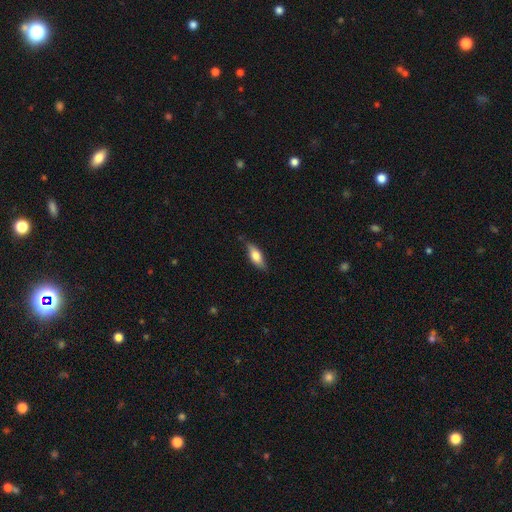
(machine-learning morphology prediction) Smooth or featured: smooth — 68% (featured or disk — 26%)
How rounded: in between — 69% (cigar-shaped — 28%)
Merging: none — 76% (minor disturbance — 20%)